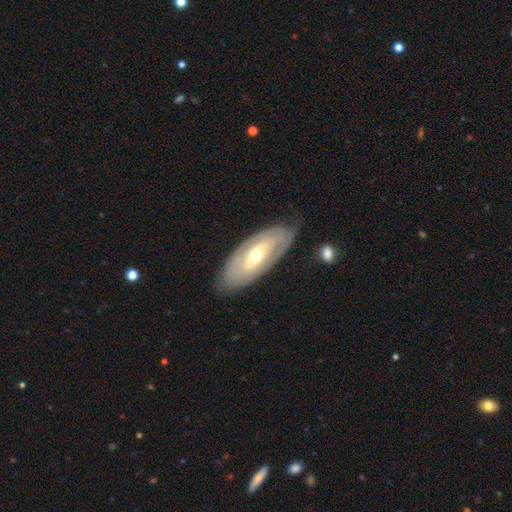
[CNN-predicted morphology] The model was most divided on "spiral arms": yes: 53%, no: 47%. Remaining: edge-on disk — no (86%); merging — none (76%); smooth or featured — featured or disk (70%); bulge size — moderate (56%); bar — no (47%).